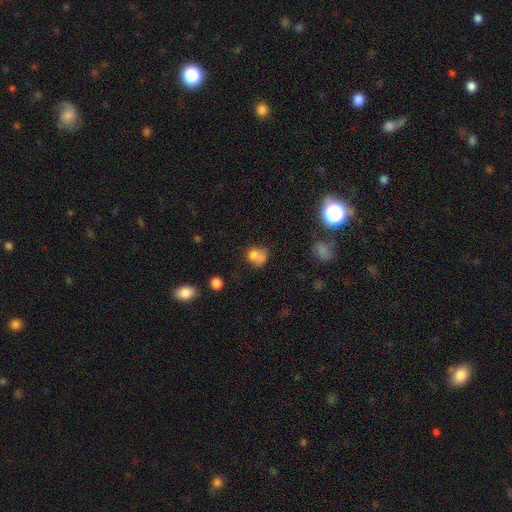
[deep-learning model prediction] Smooth or featured?
  - smooth: 74% *
  - featured or disk: 13%
  - star or artifact: 13%
How rounded?
  - round: 58% *
  - in between: 41%
  - cigar-shaped: 1%
Merging?
  - none: 38% *
  - merger: 26%
  - minor disturbance: 22%
  - major disturbance: 14%